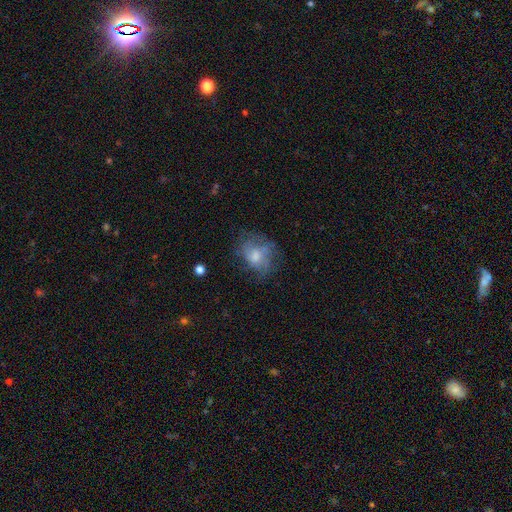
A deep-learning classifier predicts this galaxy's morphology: Q: Smooth or featured?
A: smooth (48%); runner-up: featured or disk (41%)
Q: Merging?
A: none (49%); runner-up: minor disturbance (25%)